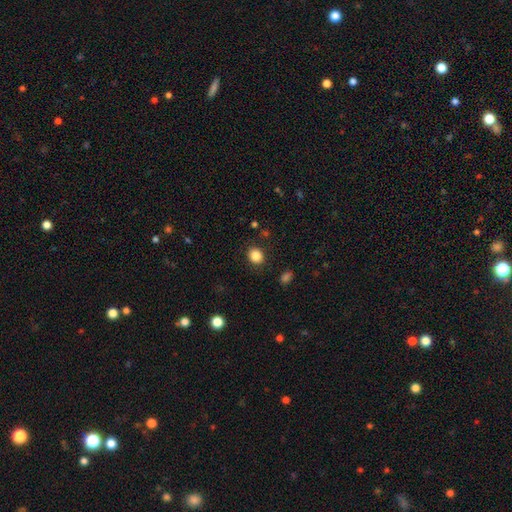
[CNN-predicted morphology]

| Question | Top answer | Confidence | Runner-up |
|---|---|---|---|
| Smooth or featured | smooth | 86% | star or artifact (10%) |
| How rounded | round | 64% | in between (35%) |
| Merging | none | 87% | minor disturbance (8%) |